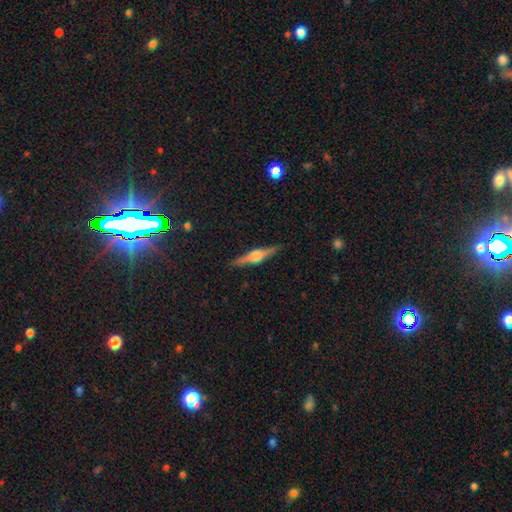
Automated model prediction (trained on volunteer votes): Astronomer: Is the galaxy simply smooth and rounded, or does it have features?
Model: featured or disk — 79%.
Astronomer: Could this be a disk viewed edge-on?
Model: yes — 98%.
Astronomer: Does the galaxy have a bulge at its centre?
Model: rounded — 89%.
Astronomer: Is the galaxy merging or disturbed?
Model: none — 90%.